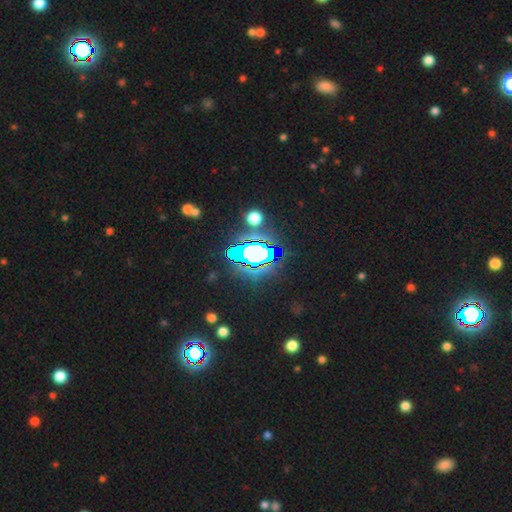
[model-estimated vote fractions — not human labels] A star or artifact, not a galaxy (84%).